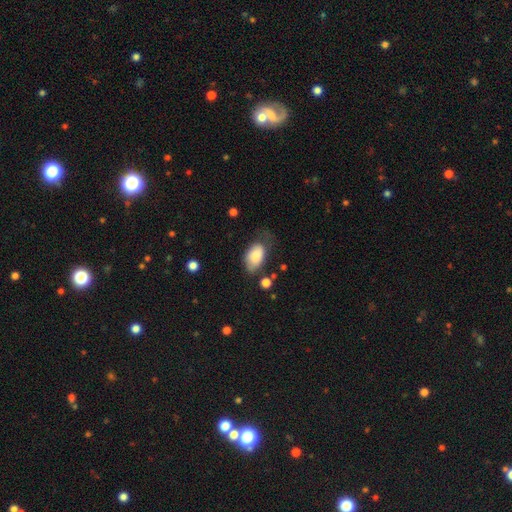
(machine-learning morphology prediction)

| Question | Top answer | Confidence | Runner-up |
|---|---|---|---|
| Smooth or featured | smooth | 80% | featured or disk (14%) |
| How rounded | in between | 93% | round (6%) |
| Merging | none | 44% | minor disturbance (33%) |